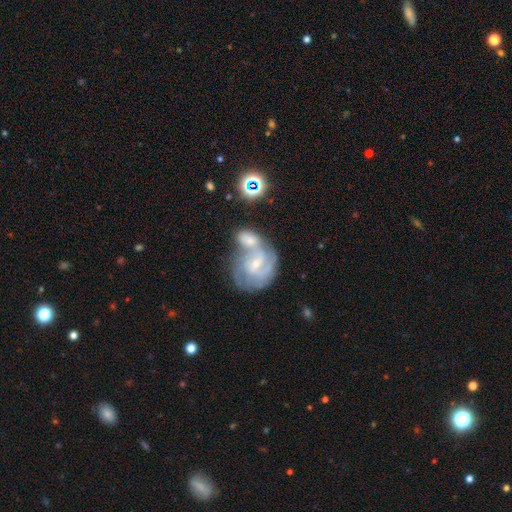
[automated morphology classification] Q: Smooth or featured?
A: featured or disk (75%); runner-up: smooth (15%)
Q: Edge-on disk?
A: no (97%); runner-up: yes (3%)
Q: Bar?
A: weak (46%); runner-up: no (39%)
Q: Spiral arms?
A: yes (90%); runner-up: no (10%)
Q: Spiral winding?
A: tight (56%); runner-up: medium (35%)
Q: Spiral arm count?
A: 2 (34%); runner-up: can't tell (32%)
Q: Bulge size?
A: small (61%); runner-up: moderate (33%)
Q: Merging?
A: merger (54%); runner-up: none (29%)